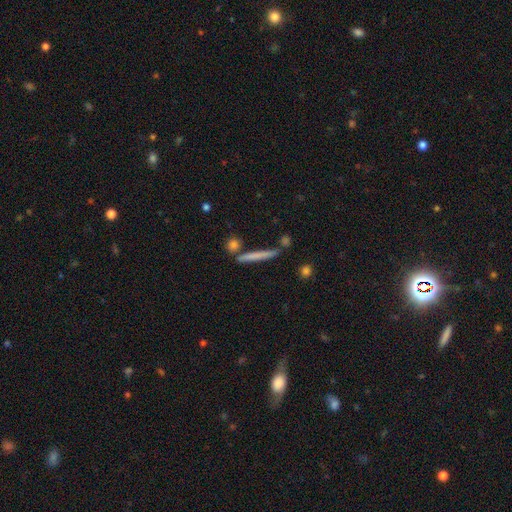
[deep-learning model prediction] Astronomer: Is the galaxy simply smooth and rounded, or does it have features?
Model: smooth — 61%.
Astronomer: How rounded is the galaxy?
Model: cigar-shaped — 93%.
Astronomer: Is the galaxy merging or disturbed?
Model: none — 80%.